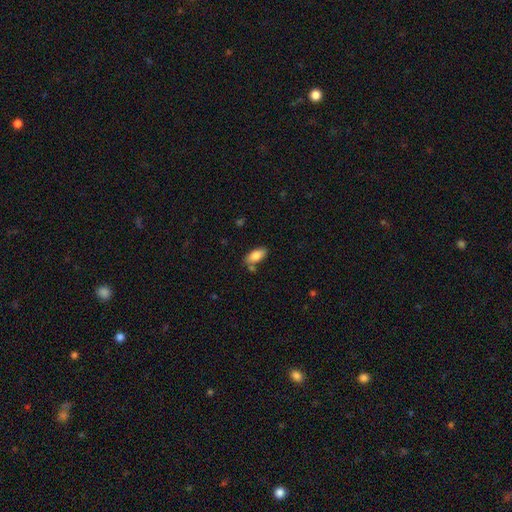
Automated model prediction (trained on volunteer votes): smooth 82%, featured or disk 11%, star or artifact 7%. Down the decision tree: how rounded — in between (89%); merging — none (70%).